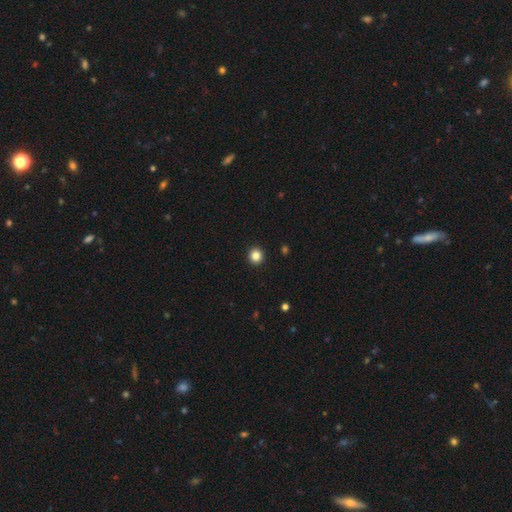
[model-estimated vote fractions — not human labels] Q: Smooth or featured?
A: smooth (84%); runner-up: star or artifact (12%)
Q: How rounded?
A: round (94%); runner-up: in between (5%)
Q: Merging?
A: none (94%); runner-up: minor disturbance (4%)